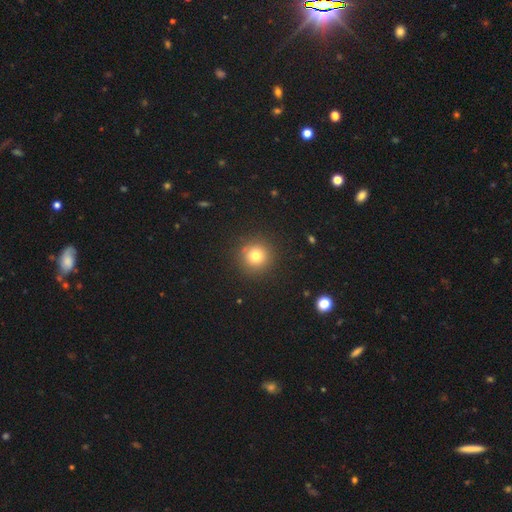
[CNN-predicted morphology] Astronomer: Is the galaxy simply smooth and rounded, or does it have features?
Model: smooth — 78%.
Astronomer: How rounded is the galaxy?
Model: round — 95%.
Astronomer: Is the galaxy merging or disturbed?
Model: none — 91%.